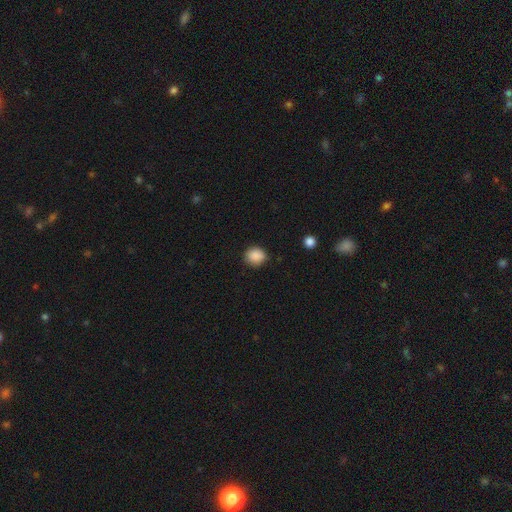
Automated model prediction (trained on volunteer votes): This appears to be a smooth galaxy with no disk features (88%) that is round (77%). Merging: none (84%).